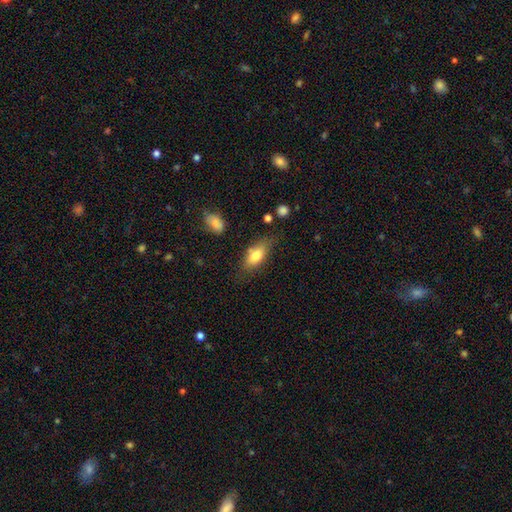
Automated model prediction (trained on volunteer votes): smooth 77%, featured or disk 16%, star or artifact 7%. Down the decision tree: how rounded — in between (83%); merging — none (63%).